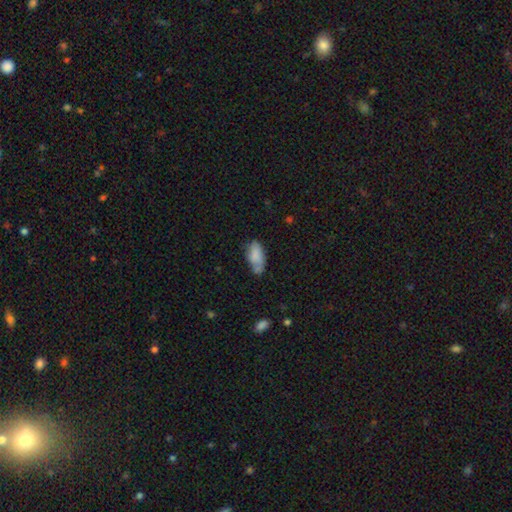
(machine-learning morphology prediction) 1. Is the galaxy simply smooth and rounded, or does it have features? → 78% smooth, 14% featured or disk, 7% star or artifact.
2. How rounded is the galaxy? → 90% in between, 8% cigar-shaped, 3% round.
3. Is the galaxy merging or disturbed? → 49% none, 33% minor disturbance, 11% major disturbance, 7% merger.